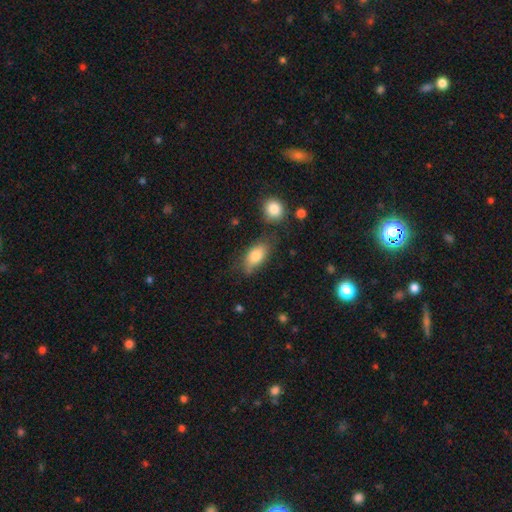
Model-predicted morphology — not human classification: This is clearly a smooth galaxy (81%). How rounded: clearly in between (89%). Merging: likely none (65%).